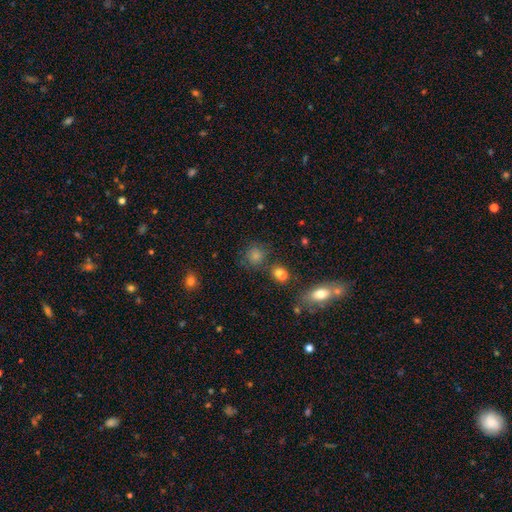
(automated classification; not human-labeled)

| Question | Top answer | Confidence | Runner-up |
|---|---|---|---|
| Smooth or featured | smooth | 62% | star or artifact (25%) |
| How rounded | round | 83% | in between (15%) |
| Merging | none | 75% | minor disturbance (12%) |